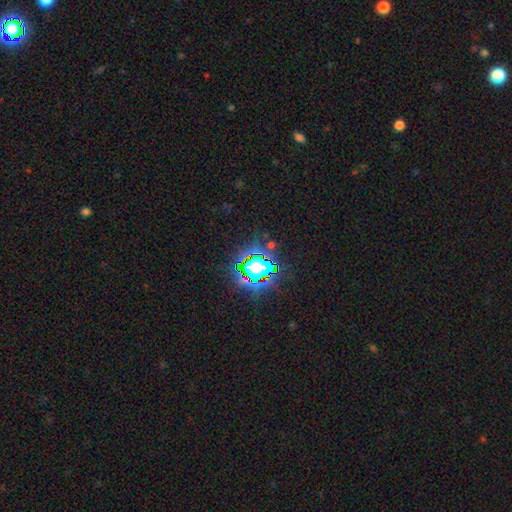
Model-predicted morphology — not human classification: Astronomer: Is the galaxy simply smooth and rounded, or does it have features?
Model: star or artifact — 83%.